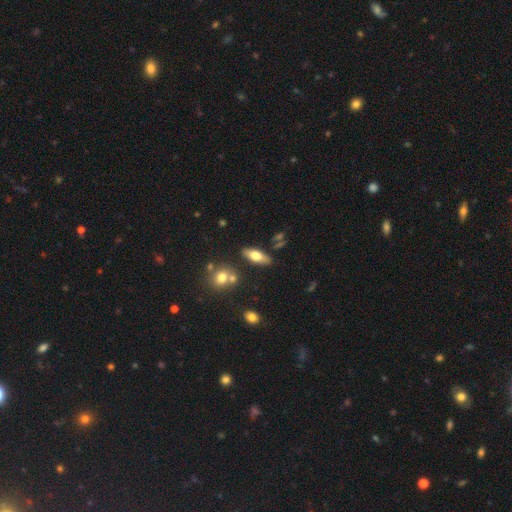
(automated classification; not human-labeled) A smooth galaxy with no disk features (63%) that is in between round and cigar-shaped (74%). Merging: none (77%).